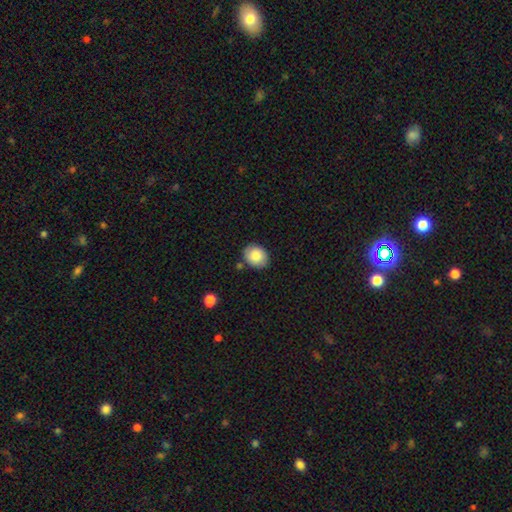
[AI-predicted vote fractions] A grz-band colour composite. It shows a smooth galaxy with no disk features (82%) that is round (51%). Merging: none (80%).